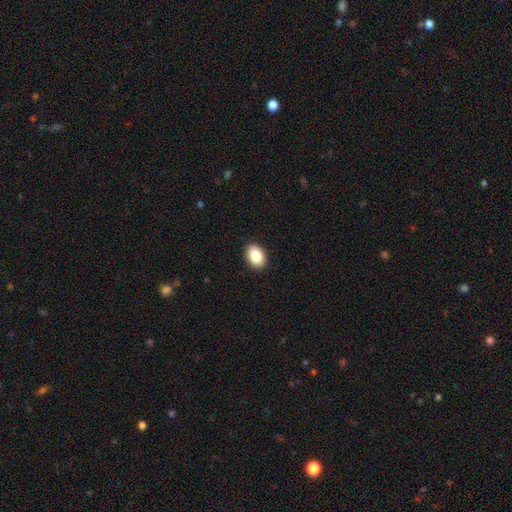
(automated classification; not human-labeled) smooth 86%, star or artifact 8%, featured or disk 6%. Down the decision tree: how rounded — in between (83%); merging — none (91%).